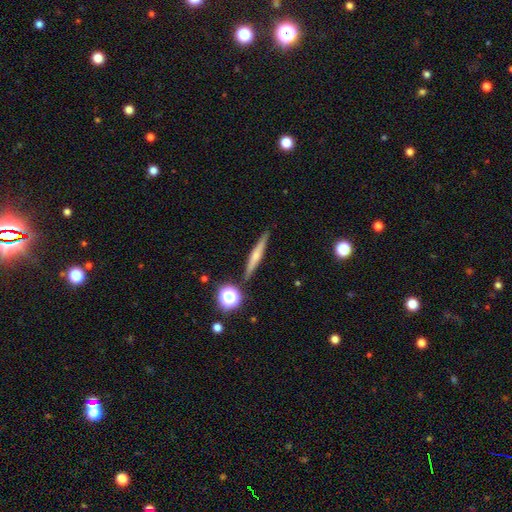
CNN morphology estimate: Overall: featured or disk (50%; smooth 40%). Merging: none (88%).